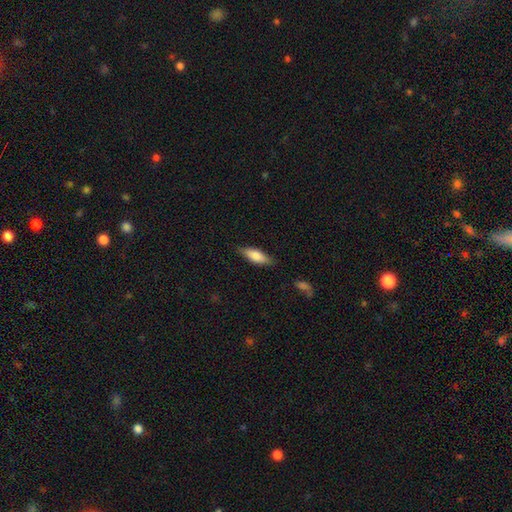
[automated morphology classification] Q: Smooth or featured?
A: smooth (73%); runner-up: featured or disk (21%)
Q: How rounded?
A: in between (60%); runner-up: cigar-shaped (38%)
Q: Merging?
A: none (82%); runner-up: minor disturbance (14%)